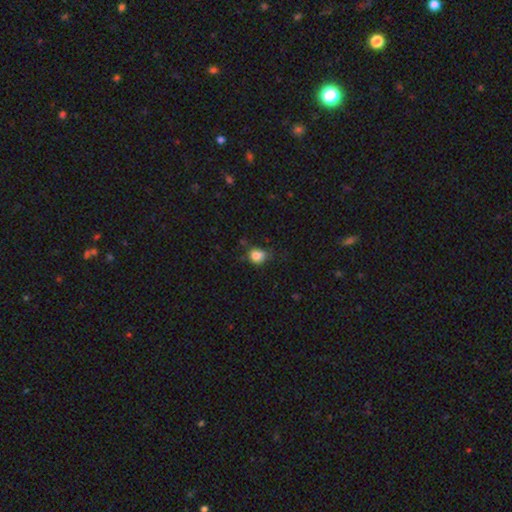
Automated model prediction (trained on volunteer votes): Smooth or featured? smooth (82%)
How rounded? round (64%)
Merging? none (55%)